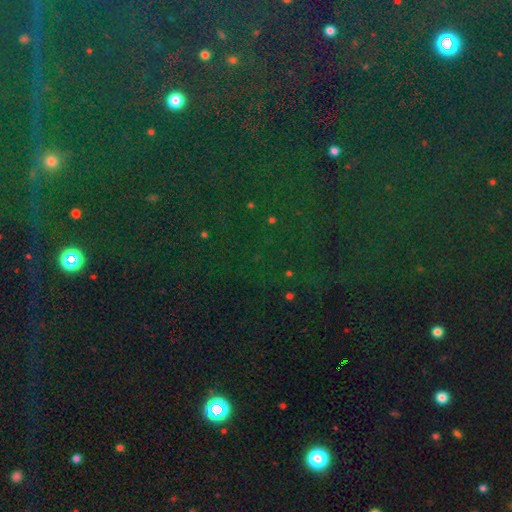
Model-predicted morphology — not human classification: type=star or artifact (81%).